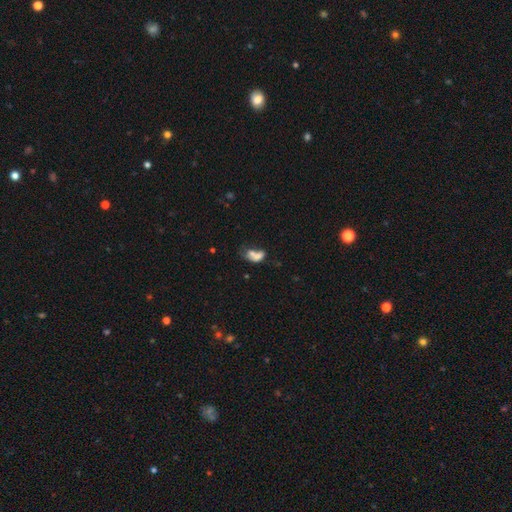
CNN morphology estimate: This is likely a smooth galaxy (64%). How rounded: likely in between (78%). Merging: possibly merger (55%).